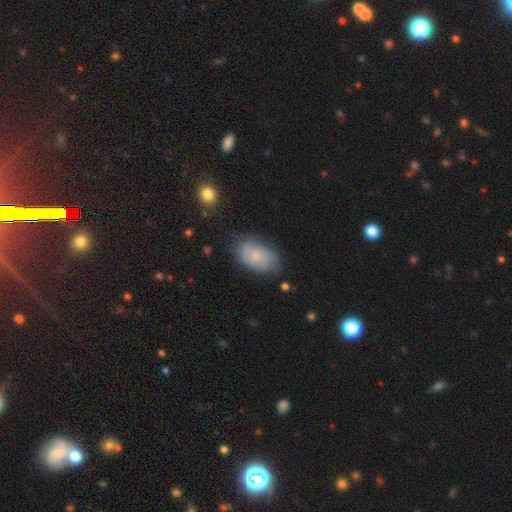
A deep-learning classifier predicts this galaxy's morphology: A smooth galaxy with no disk features (55%) that is in between round and cigar-shaped (91%). Merging: none (70%).